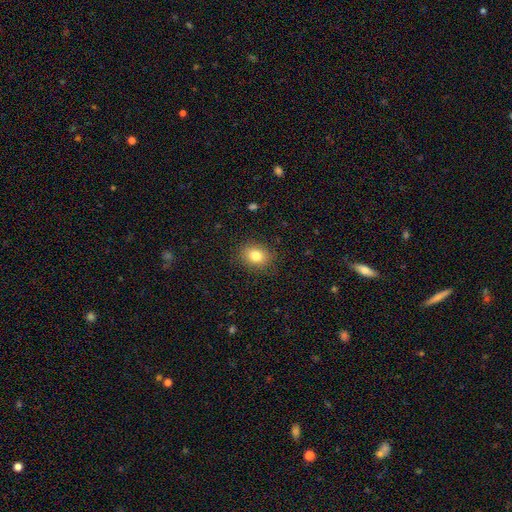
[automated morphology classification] Smooth or featured: smooth — 82% (star or artifact — 10%)
How rounded: in between — 50% (round — 49%)
Merging: none — 86% (minor disturbance — 10%)